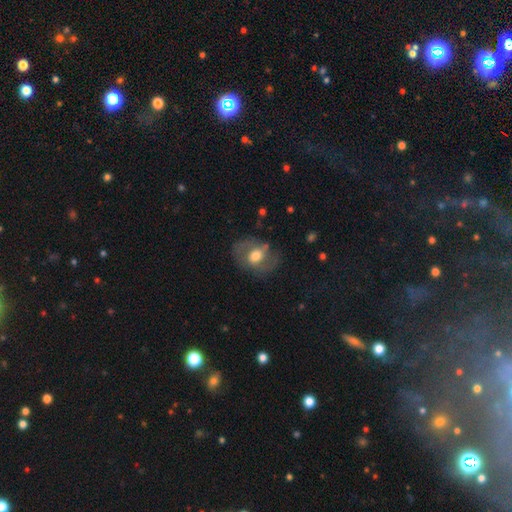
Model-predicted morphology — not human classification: featured or disk 56%, smooth 37%, star or artifact 7%. Down the decision tree: edge-on disk — no (95%); bar — no (52%); spiral arms — yes (63%); bulge size — moderate (59%); merging — none (64%).